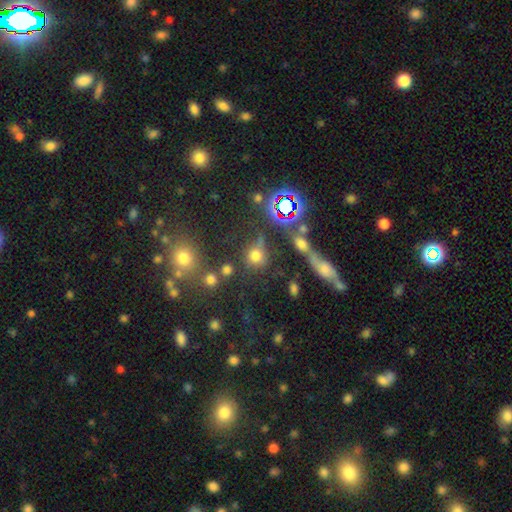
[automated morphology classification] This appears to be a smooth galaxy with no disk features (62%) that is round (82%). Merging: none (59%).